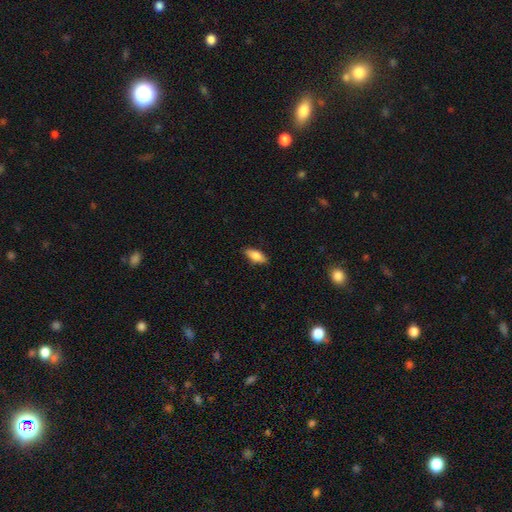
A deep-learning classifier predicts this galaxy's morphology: A smooth galaxy with no disk features (81%) that is in between round and cigar-shaped (79%).

Vote fractions:
- Smooth or featured? smooth: 81% / featured or disk: 12% / star or artifact: 6%
- How rounded? in between: 79% / cigar-shaped: 19% / round: 2%
- Merging? none: 85% / minor disturbance: 12% / major disturbance: 2% / merger: 1%